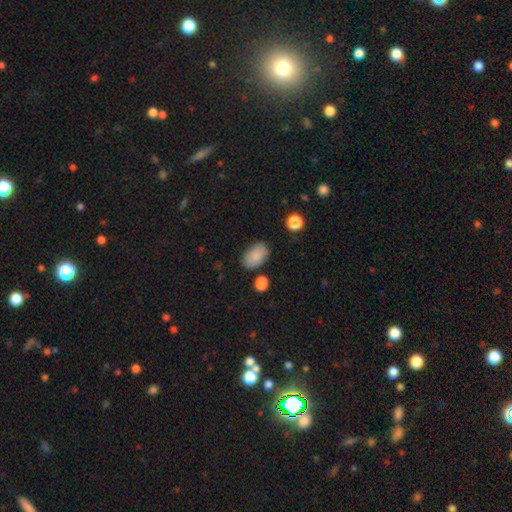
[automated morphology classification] Smooth or featured?
  - smooth: 87% *
  - star or artifact: 7%
  - featured or disk: 6%
How rounded?
  - in between: 90% *
  - round: 9%
  - cigar-shaped: 1%
Merging?
  - none: 79% *
  - minor disturbance: 13%
  - merger: 4%
  - major disturbance: 4%